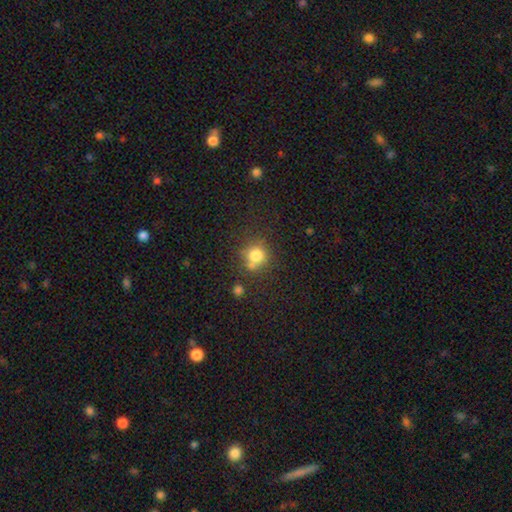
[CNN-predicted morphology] smooth-or-featured: smooth: 77% | star or artifact: 13% | featured or disk: 10%
  how-rounded: round: 85% | in between: 14% | cigar-shaped: 1%
  merging: none: 60% | merger: 20% | minor disturbance: 15% | major disturbance: 6%